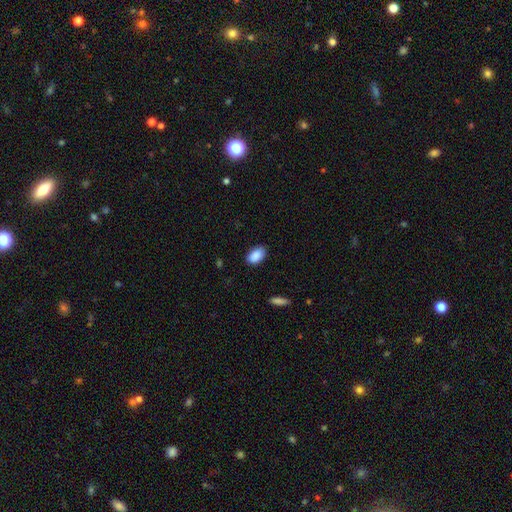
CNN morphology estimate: smooth_or_featured: smooth (p=0.90) [alt: star or artifact p=0.07]
how_rounded: in between (p=0.92) [alt: round p=0.07]
merging: none (p=0.84) [alt: minor disturbance p=0.12]